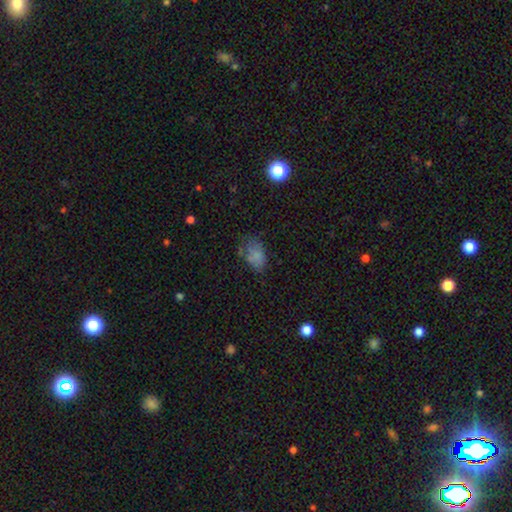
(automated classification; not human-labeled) Smooth or featured? smooth (74%)
How rounded? in between (89%)
Merging? none (50%)